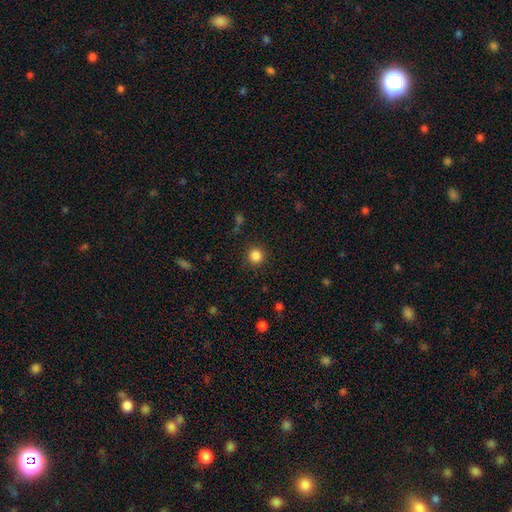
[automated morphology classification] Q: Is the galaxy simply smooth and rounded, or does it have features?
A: smooth — 84%.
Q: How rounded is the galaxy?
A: round — 94%.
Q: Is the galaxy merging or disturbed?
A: none — 90%.